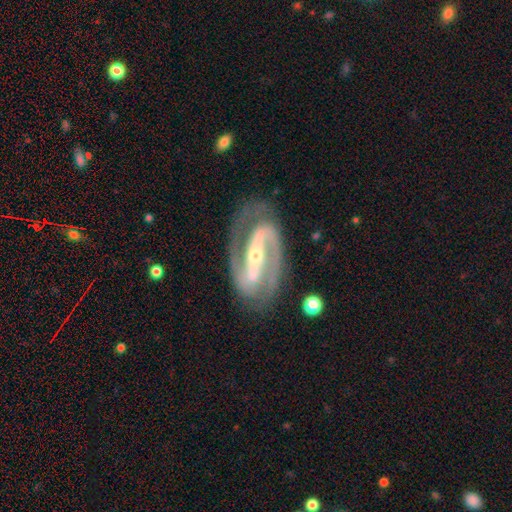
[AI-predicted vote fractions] This appears to be a featured or disk galaxy (92%) with a strong bar (77%), 2 (93%) medium (50%) spiral arms (97%) and a small central bulge (59%). Merging: none (83%).